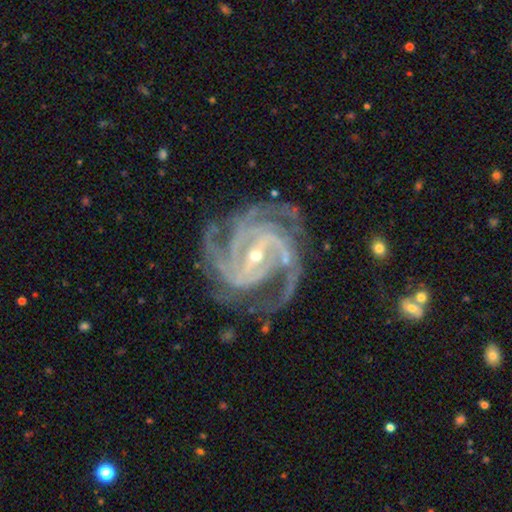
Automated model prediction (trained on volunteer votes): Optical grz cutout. It shows a featured or disk galaxy (94%) with a strong bar (49%), 4 (33%) tight (55%) spiral arms (99%) and a small central bulge (68%). Merging: none (70%).